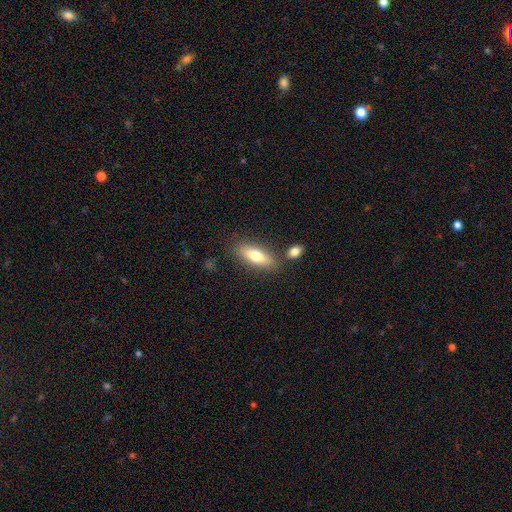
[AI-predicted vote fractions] Smooth or featured: smooth — 73% (featured or disk — 21%)
How rounded: in between — 64% (cigar-shaped — 33%)
Merging: none — 76% (minor disturbance — 12%)